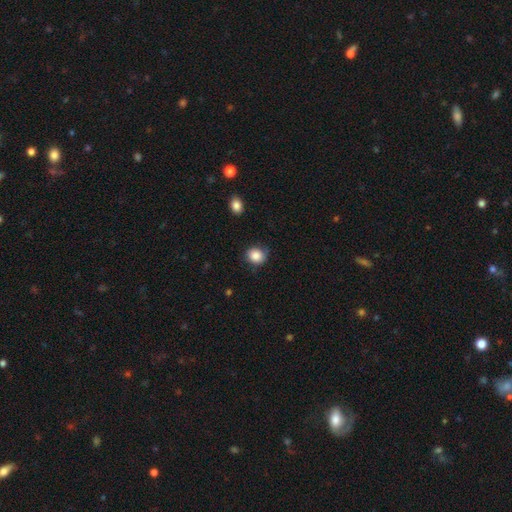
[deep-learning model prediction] smooth_or_featured: smooth (p=0.87) [alt: star or artifact p=0.09]
how_rounded: round (p=0.76) [alt: in between p=0.23]
merging: none (p=0.78) [alt: minor disturbance p=0.17]